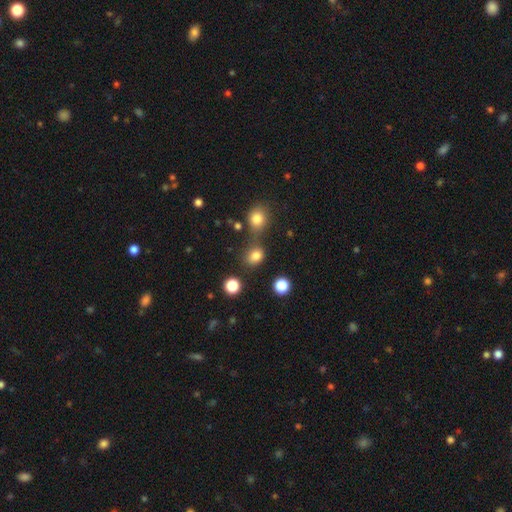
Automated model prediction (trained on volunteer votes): Q: Smooth or featured?
A: smooth (80%); runner-up: star or artifact (14%)
Q: How rounded?
A: round (56%); runner-up: in between (43%)
Q: Merging?
A: none (63%); runner-up: merger (19%)